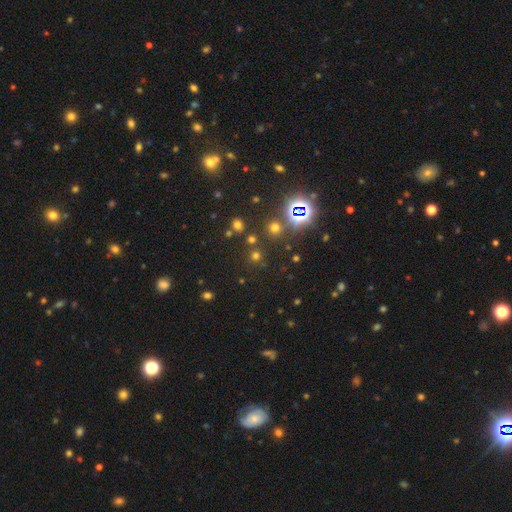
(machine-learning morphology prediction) type=smooth (50%); merging=none (80%).